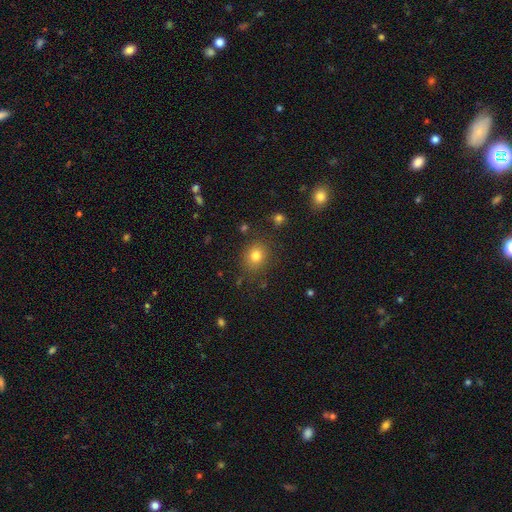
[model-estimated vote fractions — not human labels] Morphology: type=smooth (80%); roundness=round (74%); merging=none (84%).